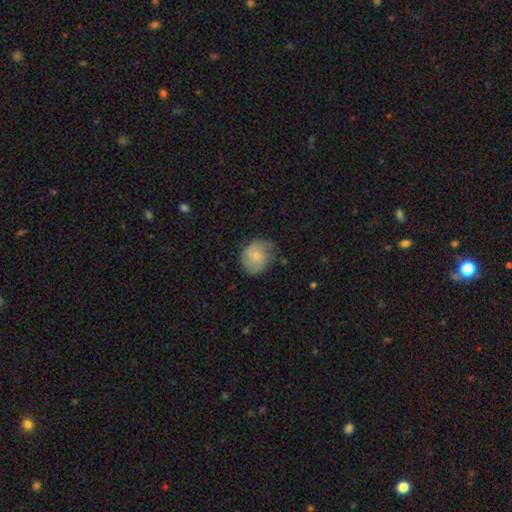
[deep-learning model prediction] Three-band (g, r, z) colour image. It shows a smooth galaxy with no disk features (62%) that is round (69%). Merging: none (58%).